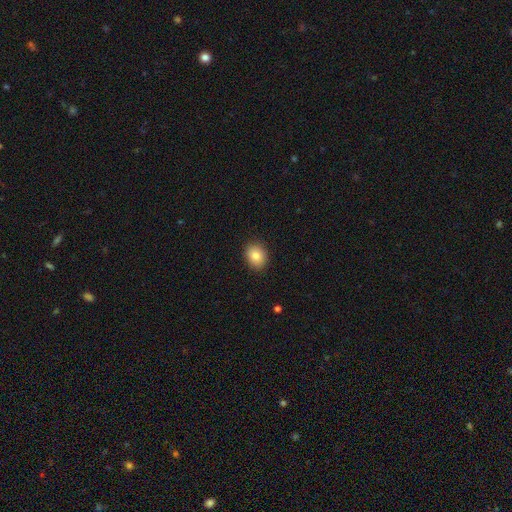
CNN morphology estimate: A smooth galaxy with no disk features (84%) that is in between round and cigar-shaped (53%).

Vote fractions:
- Smooth or featured? smooth: 84% / star or artifact: 9% / featured or disk: 7%
- How rounded? in between: 53% / round: 46% / cigar-shaped: 1%
- Merging? none: 89% / minor disturbance: 8% / major disturbance: 2% / merger: 1%